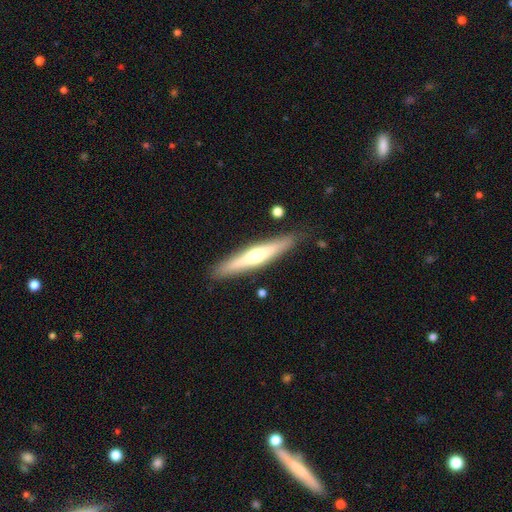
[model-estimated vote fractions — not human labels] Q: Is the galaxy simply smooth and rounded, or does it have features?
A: featured or disk — 57%.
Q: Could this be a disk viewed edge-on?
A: yes — 95%.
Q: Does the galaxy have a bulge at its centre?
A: rounded — 87%.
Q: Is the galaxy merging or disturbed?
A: none — 87%.